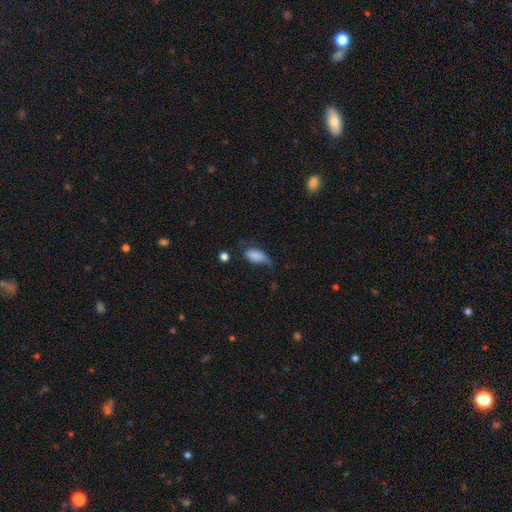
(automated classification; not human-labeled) Smooth or featured? smooth (76%)
How rounded? in between (90%)
Merging? minor disturbance (36%)